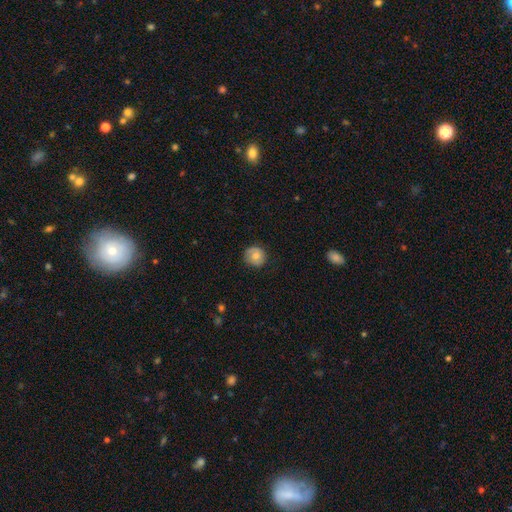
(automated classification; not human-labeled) Smooth or featured: smooth — 68% (featured or disk — 24%)
How rounded: round — 89% (in between — 10%)
Merging: none — 79% (minor disturbance — 16%)